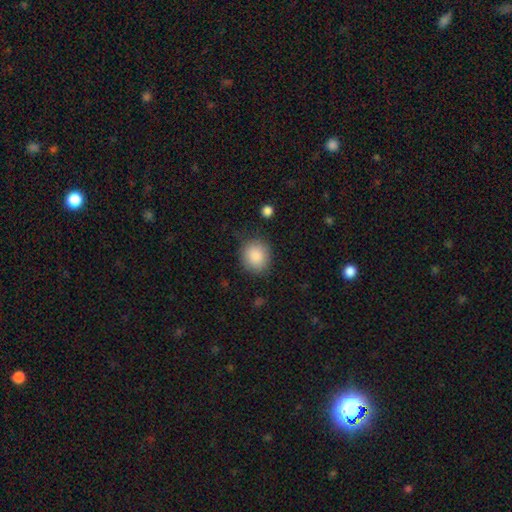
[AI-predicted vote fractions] Smooth or featured: smooth — 88% (star or artifact — 7%)
How rounded: round — 79% (in between — 20%)
Merging: none — 81% (minor disturbance — 13%)